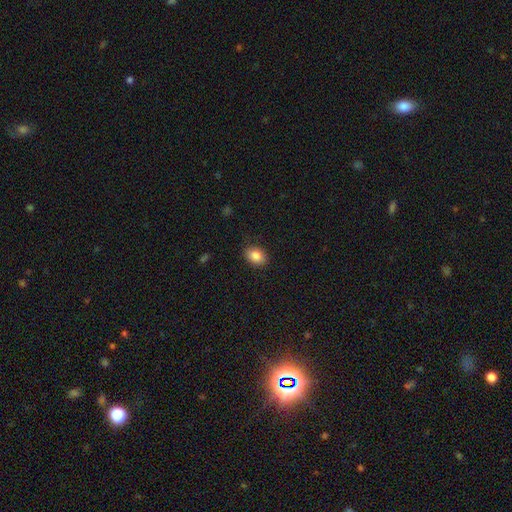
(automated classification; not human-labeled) A smooth galaxy with no disk features (86%) that is in between round and cigar-shaped (73%).

Vote fractions:
- Smooth or featured? smooth: 86% / star or artifact: 8% / featured or disk: 5%
- How rounded? in between: 73% / round: 25% / cigar-shaped: 1%
- Merging? none: 87% / minor disturbance: 10% / major disturbance: 2% / merger: 1%